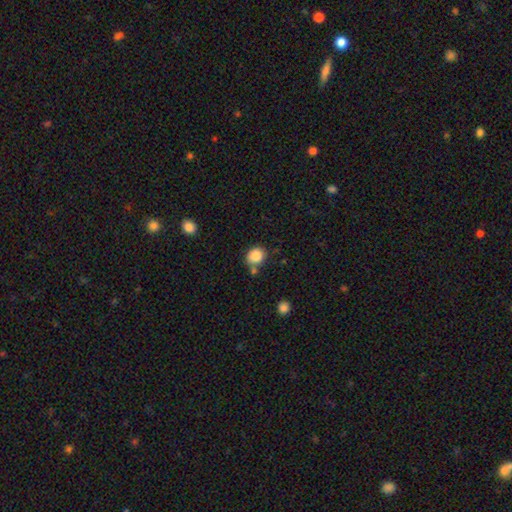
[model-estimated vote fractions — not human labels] Q: Smooth or featured?
A: smooth (85%); runner-up: star or artifact (9%)
Q: How rounded?
A: round (75%); runner-up: in between (24%)
Q: Merging?
A: none (68%); runner-up: merger (14%)